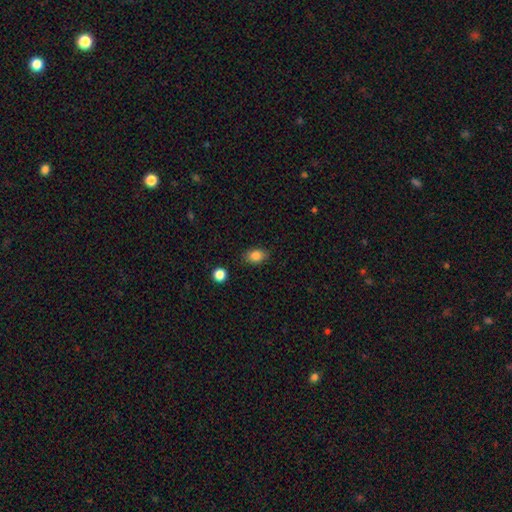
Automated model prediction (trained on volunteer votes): The model was most divided on "how rounded": in between: 78%, round: 20%, cigar-shaped: 2%. More confident: merging — none (85%); smooth or featured — smooth (85%).